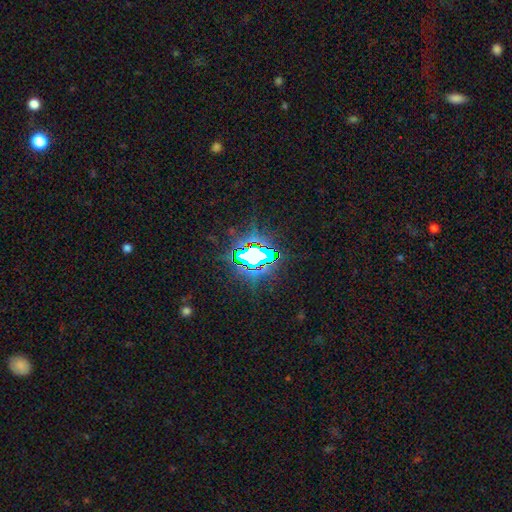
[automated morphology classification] Q: Smooth or featured?
A: star or artifact (84%); runner-up: smooth (9%)